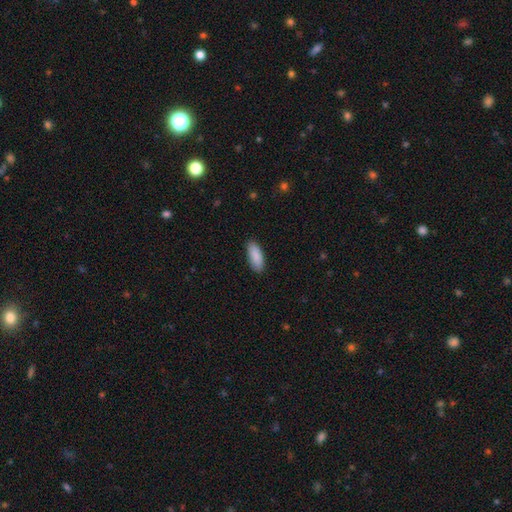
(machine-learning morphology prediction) smooth 90%, star or artifact 6%, featured or disk 4%. Down the decision tree: how rounded — in between (81%); merging — none (88%).